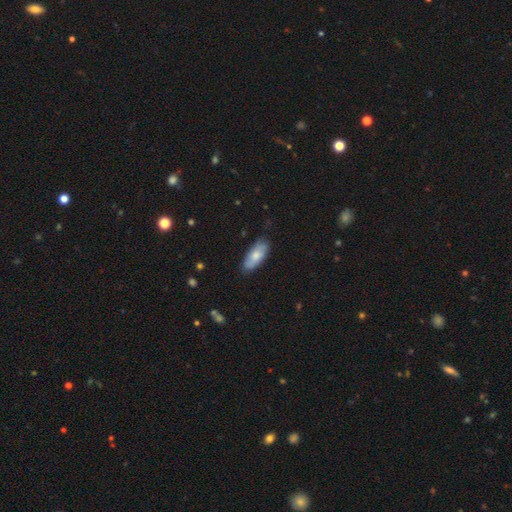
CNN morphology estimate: This is likely a smooth galaxy (69%). How rounded: clearly in between (83%). Merging: likely none (78%).